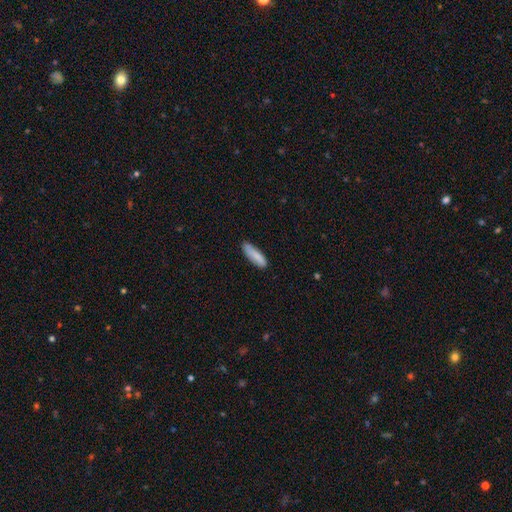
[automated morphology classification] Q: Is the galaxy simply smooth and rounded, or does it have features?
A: smooth — 83%.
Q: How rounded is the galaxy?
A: cigar-shaped — 59%.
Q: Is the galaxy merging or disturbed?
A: none — 79%.